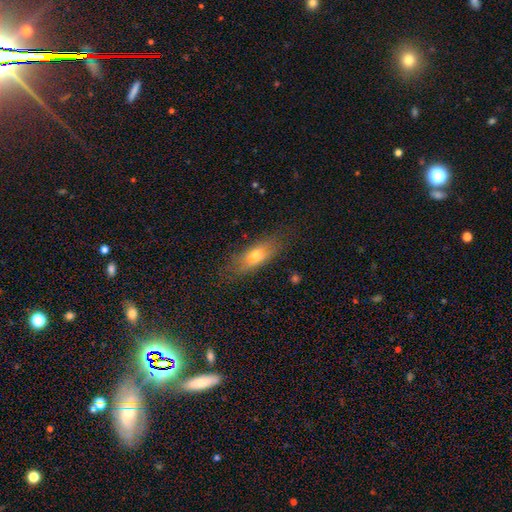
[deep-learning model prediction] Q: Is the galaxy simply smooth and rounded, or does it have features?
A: smooth — 63%.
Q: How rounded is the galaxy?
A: in between — 63%.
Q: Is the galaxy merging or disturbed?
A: none — 76%.